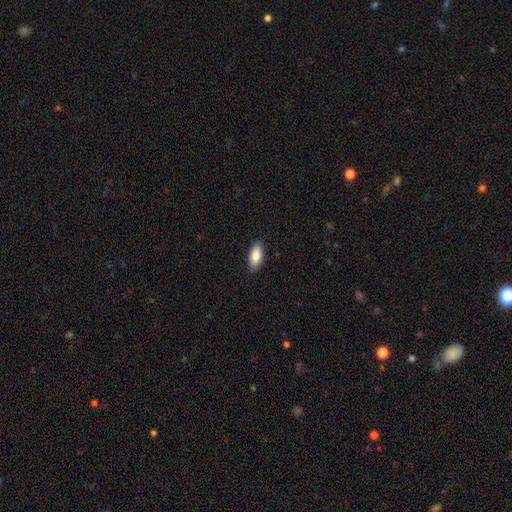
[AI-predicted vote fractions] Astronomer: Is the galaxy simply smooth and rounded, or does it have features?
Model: smooth — 85%.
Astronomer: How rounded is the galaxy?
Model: in between — 88%.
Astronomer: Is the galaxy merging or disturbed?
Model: none — 89%.